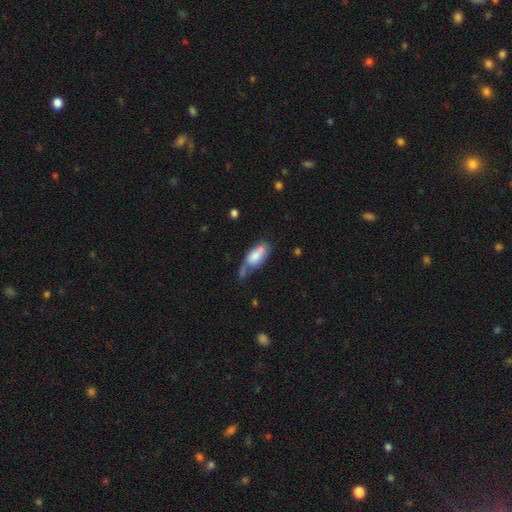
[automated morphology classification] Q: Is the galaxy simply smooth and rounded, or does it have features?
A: smooth — 73%.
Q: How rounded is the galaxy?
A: in between — 84%.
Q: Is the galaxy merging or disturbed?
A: none — 34%.